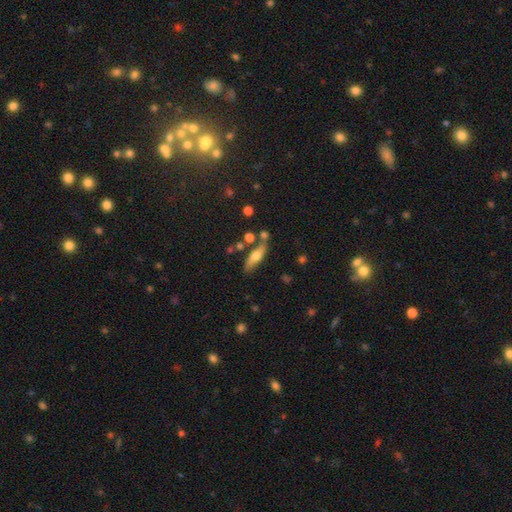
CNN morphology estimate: Smooth or featured?
  - smooth: 57% *
  - featured or disk: 36%
  - star or artifact: 7%
How rounded?
  - cigar-shaped: 52% *
  - in between: 44%
  - round: 3%
Merging?
  - none: 68% *
  - minor disturbance: 16%
  - merger: 11%
  - major disturbance: 4%